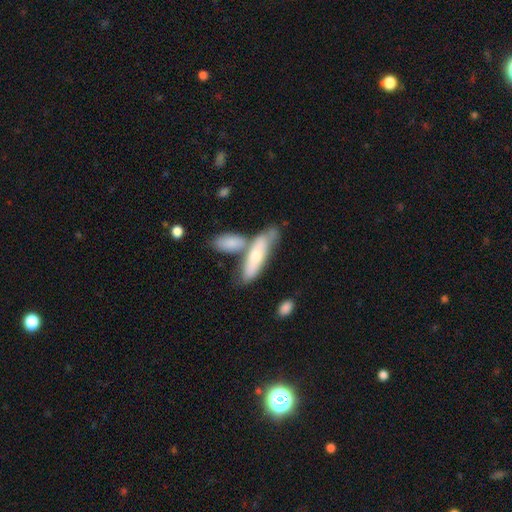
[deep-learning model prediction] Smooth or featured? smooth (58%)
How rounded? cigar-shaped (51%)
Merging? none (41%)